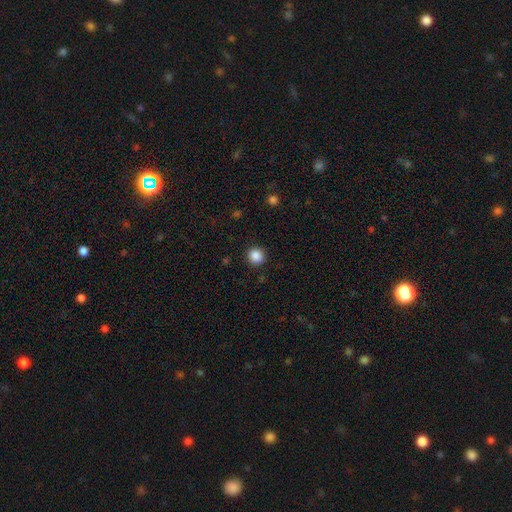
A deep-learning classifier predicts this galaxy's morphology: Smooth or featured? smooth (87%)
How rounded? round (93%)
Merging? none (92%)